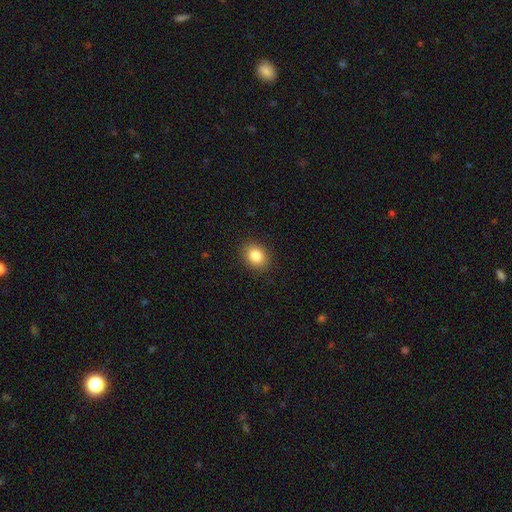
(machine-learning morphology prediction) Smooth or featured?
  - smooth: 85% *
  - star or artifact: 9%
  - featured or disk: 6%
How rounded?
  - in between: 52% *
  - round: 47%
  - cigar-shaped: 1%
Merging?
  - none: 89% *
  - minor disturbance: 8%
  - major disturbance: 2%
  - merger: 1%